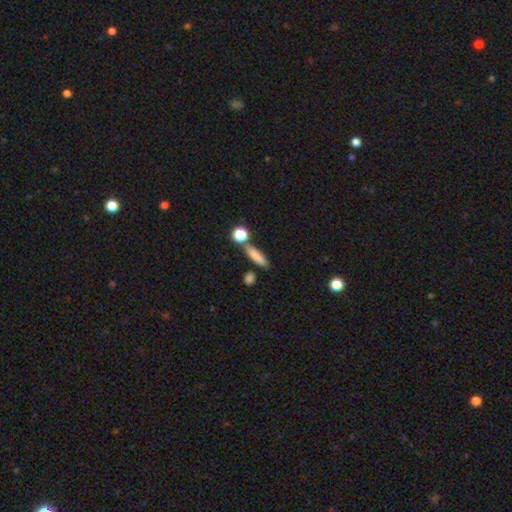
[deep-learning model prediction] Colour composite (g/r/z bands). It shows a smooth galaxy with no disk features (80%) that is cigar-shaped (61%). Merging: none (71%).